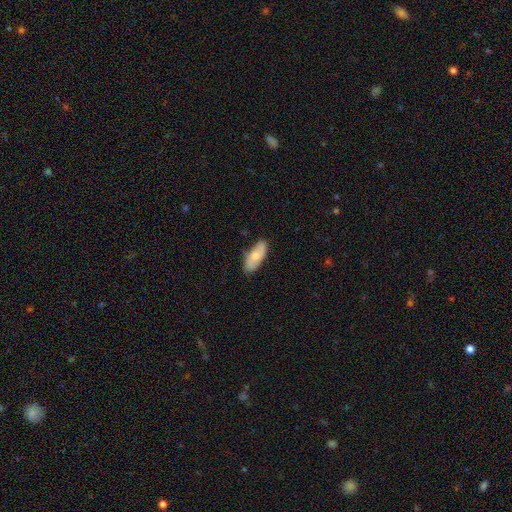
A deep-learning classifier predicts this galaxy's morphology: Q: Smooth or featured?
A: smooth (71%); runner-up: featured or disk (23%)
Q: How rounded?
A: in between (83%); runner-up: cigar-shaped (15%)
Q: Merging?
A: none (77%); runner-up: minor disturbance (18%)